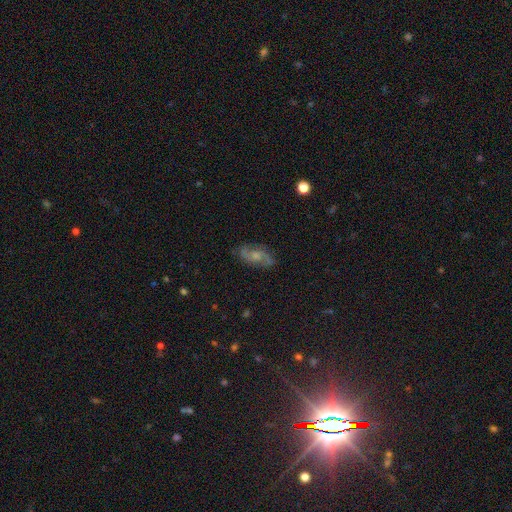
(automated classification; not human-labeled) Q: Smooth or featured?
A: featured or disk (73%); runner-up: smooth (18%)
Q: Edge-on disk?
A: no (94%); runner-up: yes (6%)
Q: Bar?
A: no (59%); runner-up: weak (35%)
Q: Spiral arms?
A: yes (92%); runner-up: no (8%)
Q: Spiral winding?
A: medium (47%); runner-up: loose (37%)
Q: Spiral arm count?
A: 2 (87%); runner-up: can't tell (7%)
Q: Bulge size?
A: moderate (45%); runner-up: small (37%)
Q: Merging?
A: none (79%); runner-up: minor disturbance (15%)